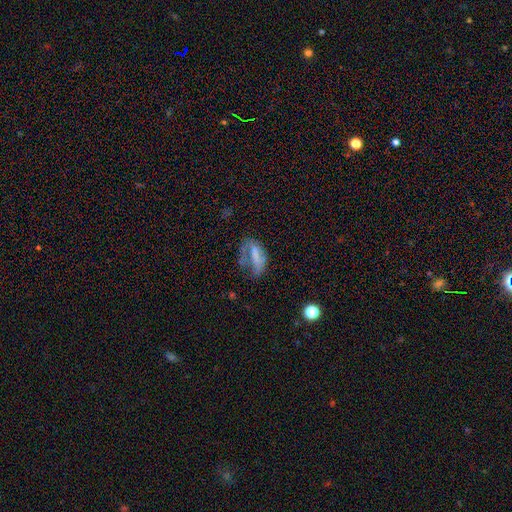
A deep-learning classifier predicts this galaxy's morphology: Smooth or featured?
  - smooth: 53% *
  - featured or disk: 34%
  - star or artifact: 13%
How rounded?
  - in between: 75% *
  - cigar-shaped: 19%
  - round: 6%
Merging?
  - major disturbance: 36% *
  - none: 31%
  - minor disturbance: 27%
  - merger: 7%